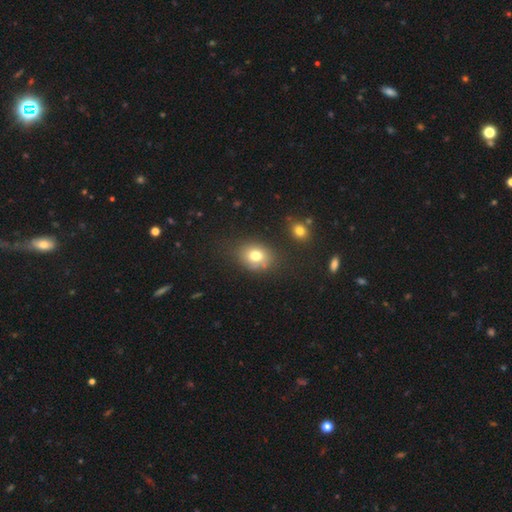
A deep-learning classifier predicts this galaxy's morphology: Smooth or featured? smooth (76%)
How rounded? round (51%)
Merging? none (74%)